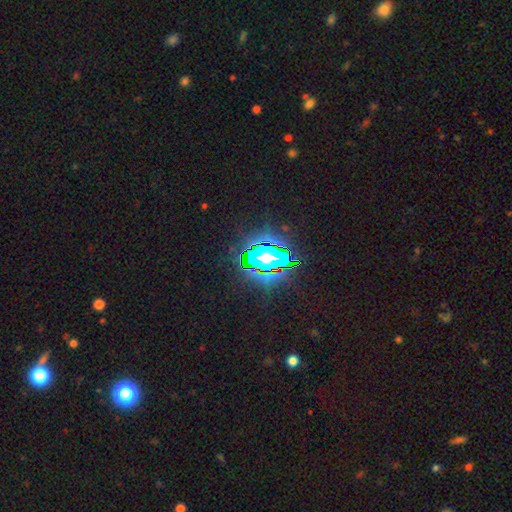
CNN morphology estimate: Smooth or featured? star or artifact (82%)